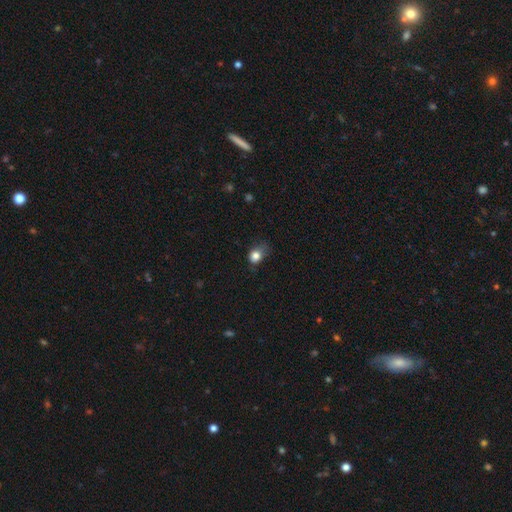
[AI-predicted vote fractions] A smooth galaxy with no disk features (81%) that is round (50%). Merging: minor disturbance (39%, tied with none).